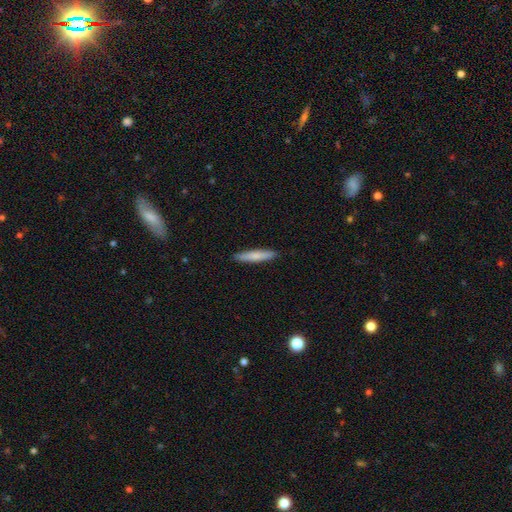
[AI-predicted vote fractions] This appears to be a smooth galaxy with no disk features (74%) that is cigar-shaped (92%). Merging: none (91%).